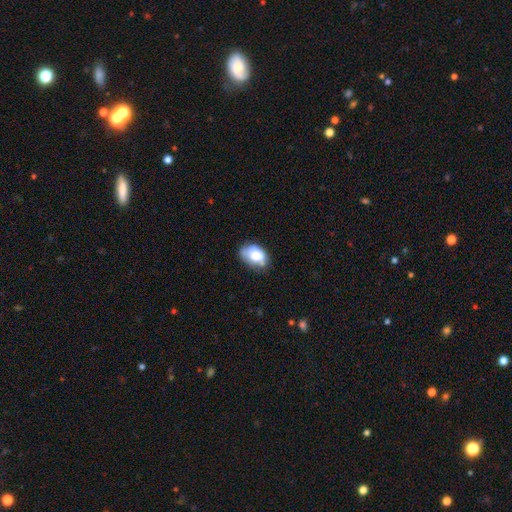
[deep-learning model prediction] A smooth galaxy with no disk features (72%) that is in between round and cigar-shaped (82%). Merging: none (51%).